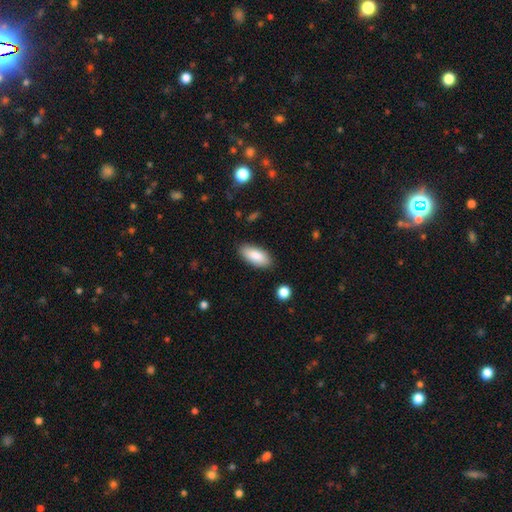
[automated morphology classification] This appears to be a smooth galaxy with no disk features (86%) that is in between round and cigar-shaped (85%). Merging: none (86%).